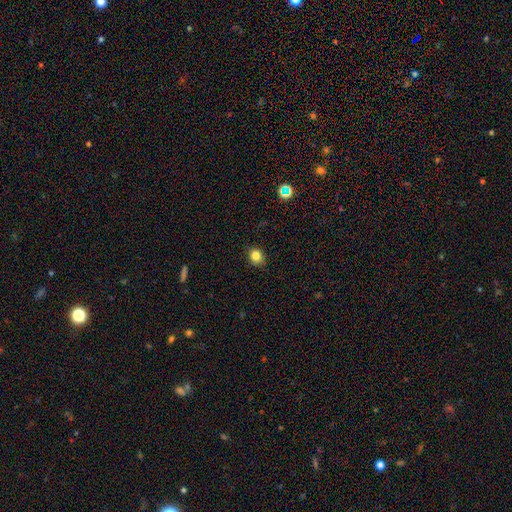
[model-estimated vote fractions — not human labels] Smooth or featured?
  - smooth: 82% *
  - star or artifact: 12%
  - featured or disk: 6%
How rounded?
  - round: 65% *
  - in between: 34%
  - cigar-shaped: 1%
Merging?
  - none: 84% *
  - minor disturbance: 13%
  - major disturbance: 2%
  - merger: 1%